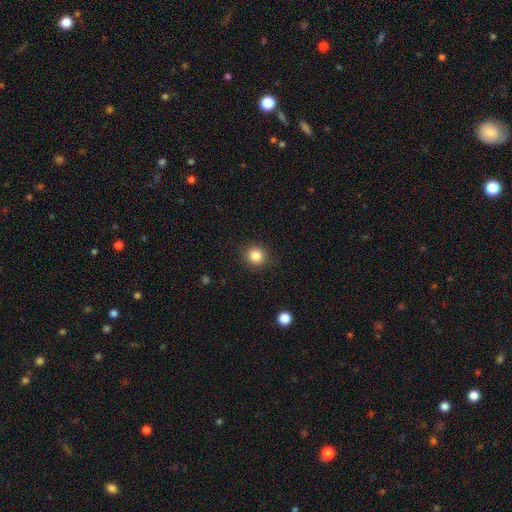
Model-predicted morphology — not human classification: Overall: smooth (84%). How rounded: round (90%). Merging: none (90%).